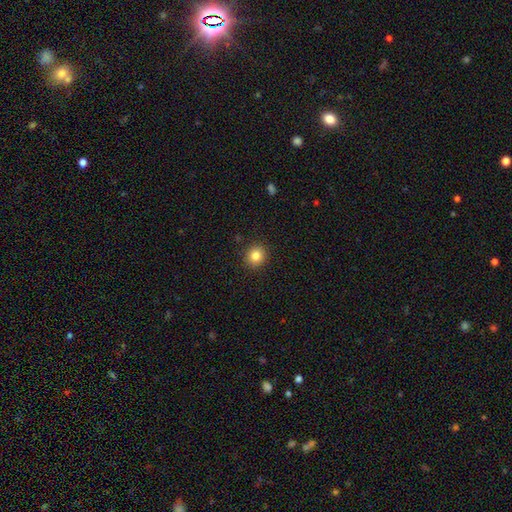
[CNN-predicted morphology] Q: Smooth or featured?
A: smooth (83%); runner-up: star or artifact (11%)
Q: How rounded?
A: round (87%); runner-up: in between (12%)
Q: Merging?
A: none (91%); runner-up: minor disturbance (6%)